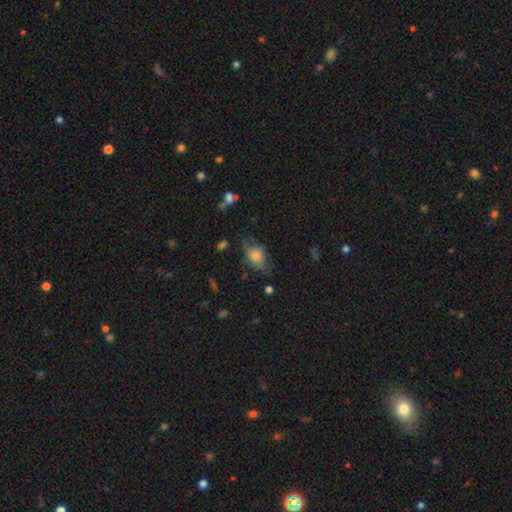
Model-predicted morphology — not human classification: This appears to be a smooth galaxy with no disk features (69%) that is in between round and cigar-shaped (71%). Merging: none (46%).